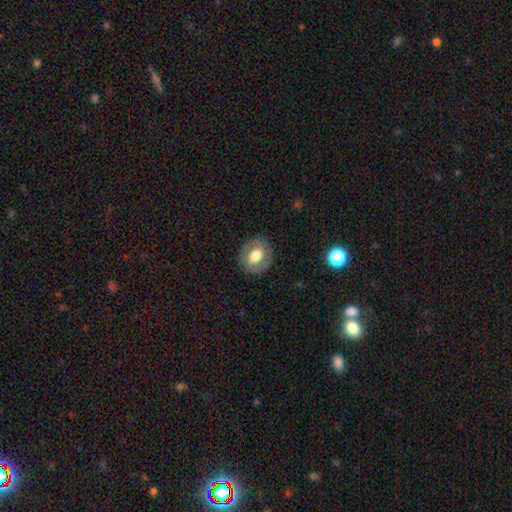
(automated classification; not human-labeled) Smooth or featured? smooth (61%)
How rounded? round (65%)
Merging? none (85%)